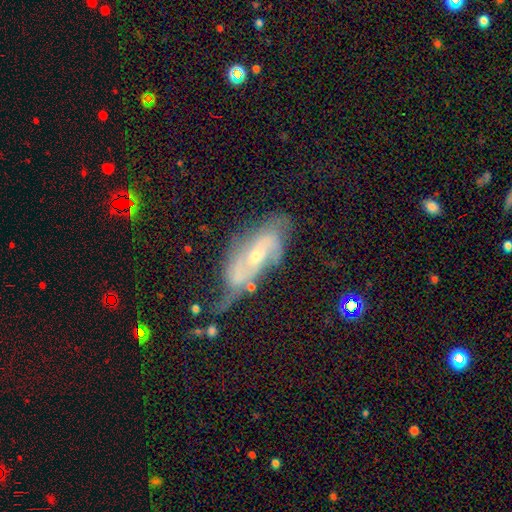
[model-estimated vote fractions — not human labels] Smooth or featured? Predicted: featured or disk (p=0.75). Edge-on disk? Predicted: no (p=0.88). Bar? Predicted: no (p=0.51). Spiral arms? Predicted: yes (p=0.87). Spiral winding? Predicted: medium (p=0.41). Spiral arm count? Predicted: 2 (p=0.54). Bulge size? Predicted: small (p=0.58). Merging? Predicted: none (p=0.40).